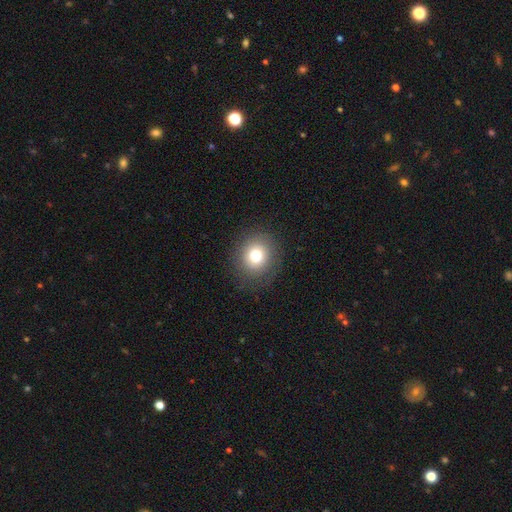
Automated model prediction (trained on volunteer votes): A smooth galaxy with no disk features (77%) that is round (83%).

Vote fractions:
- Smooth or featured? smooth: 77% / star or artifact: 12% / featured or disk: 11%
- How rounded? round: 83% / in between: 17% / cigar-shaped: 1%
- Merging? none: 86% / minor disturbance: 9% / major disturbance: 4% / merger: 1%